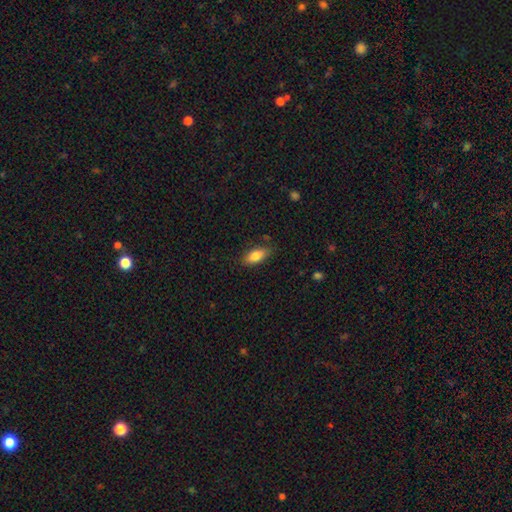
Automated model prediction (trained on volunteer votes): Morphology: type=smooth (82%); roundness=in between (85%); merging=none (82%).